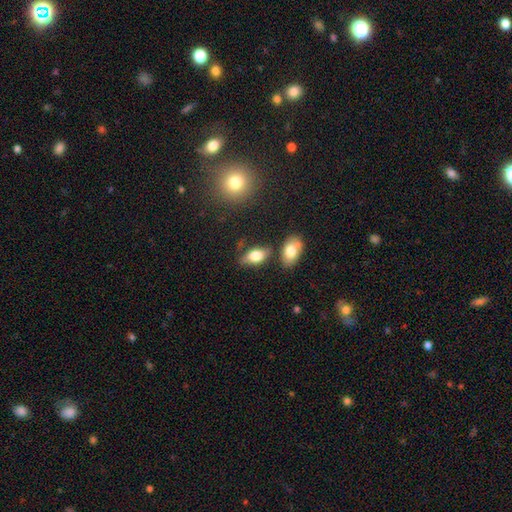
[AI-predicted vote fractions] Smooth or featured? Predicted: smooth (p=0.73). How rounded? Predicted: in between (p=0.89). Merging? Predicted: none (p=0.65).